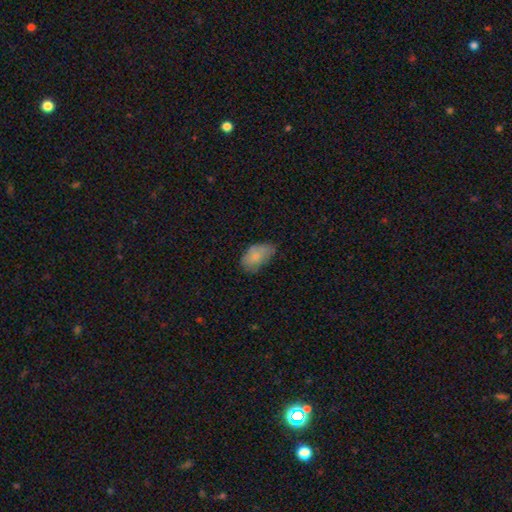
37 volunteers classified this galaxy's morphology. smooth 84%, featured or disk 8%, star or artifact 8%. Down the decision tree: how rounded — in between (94%); merging — minor disturbance (47%).